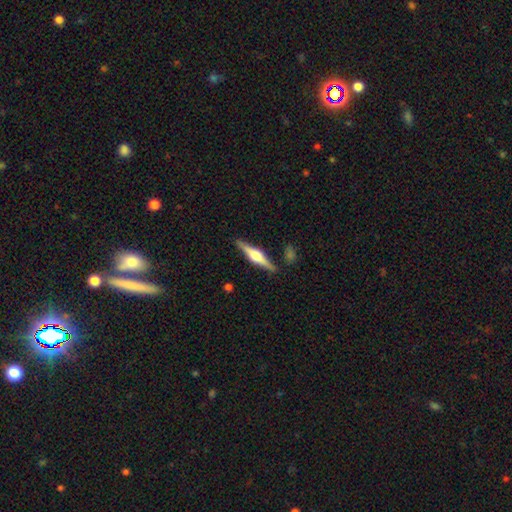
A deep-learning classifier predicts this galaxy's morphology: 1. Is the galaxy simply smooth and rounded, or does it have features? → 76% featured or disk, 19% smooth, 5% star or artifact.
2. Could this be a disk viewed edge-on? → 98% yes, 2% no.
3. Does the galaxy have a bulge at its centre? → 91% rounded, 7% boxy, 2% none.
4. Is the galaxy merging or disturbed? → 88% none, 8% minor disturbance, 2% merger, 2% major disturbance.